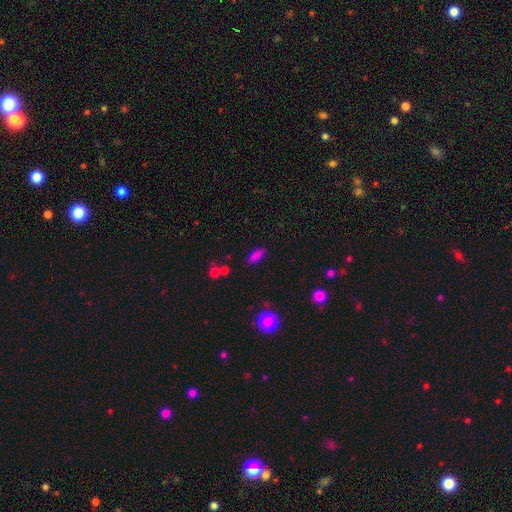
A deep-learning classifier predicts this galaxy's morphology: type=smooth (83%); roundness=in between (79%); merging=none (83%).